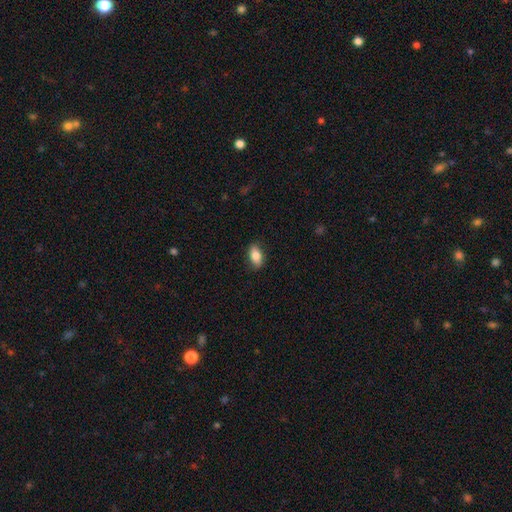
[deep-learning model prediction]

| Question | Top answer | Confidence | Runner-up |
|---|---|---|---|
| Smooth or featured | smooth | 82% | featured or disk (12%) |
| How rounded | in between | 89% | cigar-shaped (7%) |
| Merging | none | 86% | minor disturbance (11%) |